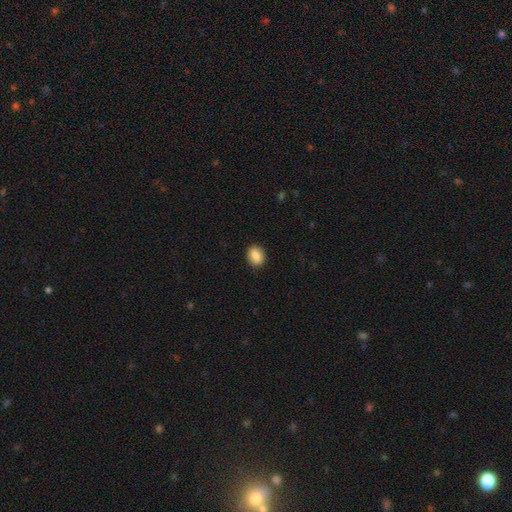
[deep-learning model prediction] smooth_or_featured: smooth (p=0.87) [alt: star or artifact p=0.08]
how_rounded: in between (p=0.52) [alt: round p=0.47]
merging: none (p=0.91) [alt: minor disturbance p=0.07]